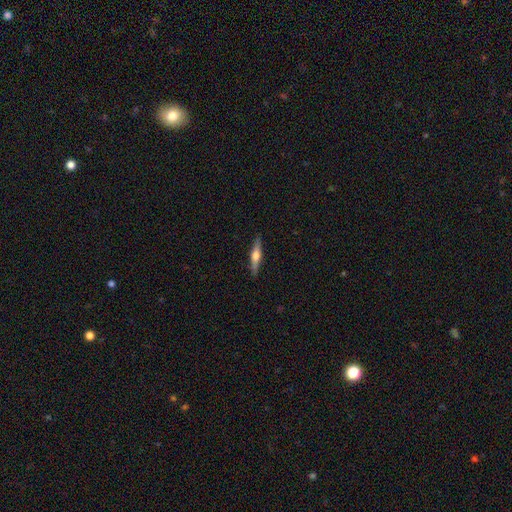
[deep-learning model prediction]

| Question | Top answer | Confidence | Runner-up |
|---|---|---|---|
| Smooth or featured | featured or disk | 65% | smooth (29%) |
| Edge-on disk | yes | 97% | no (3%) |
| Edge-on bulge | rounded | 92% | boxy (5%) |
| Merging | none | 91% | minor disturbance (7%) |